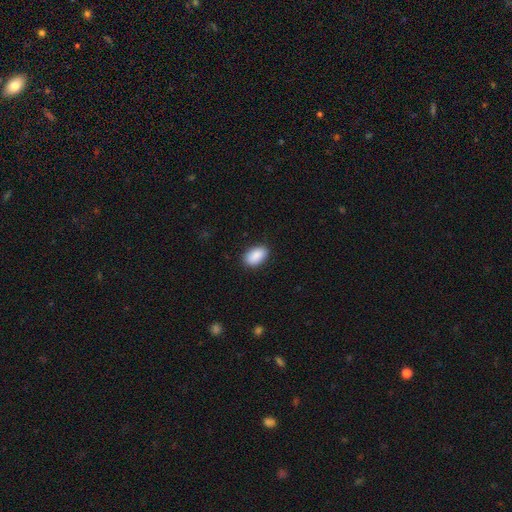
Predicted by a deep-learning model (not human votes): smooth-or-featured: smooth: 91% | star or artifact: 6% | featured or disk: 3%
  how-rounded: in between: 93% | round: 5% | cigar-shaped: 2%
  merging: none: 88% | minor disturbance: 9% | major disturbance: 2% | merger: 1%